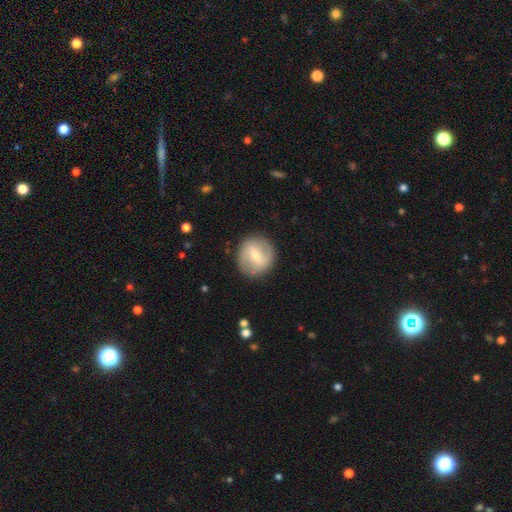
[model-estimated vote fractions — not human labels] A featured or disk galaxy (56%) with a weak bar (49%), spiral arms (66%) and a moderate central bulge (48%). Merging: none (87%).